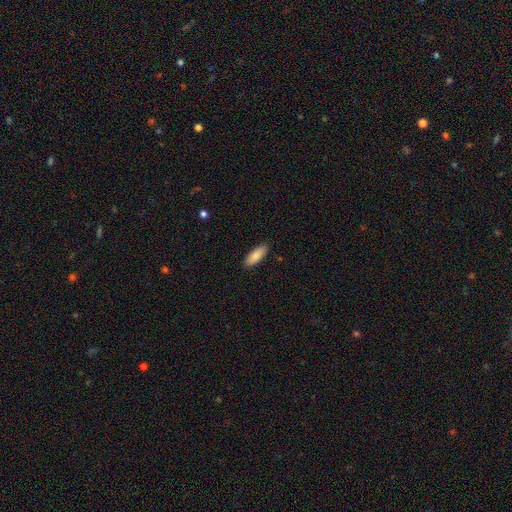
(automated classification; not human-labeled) smooth 85%, featured or disk 9%, star or artifact 6%. Down the decision tree: how rounded — in between (70%); merging — none (89%).